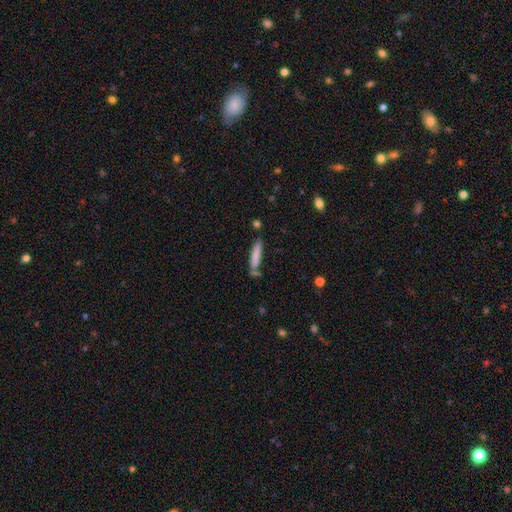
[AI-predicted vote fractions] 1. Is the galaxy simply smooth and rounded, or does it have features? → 78% smooth, 15% featured or disk, 7% star or artifact.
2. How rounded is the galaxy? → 87% cigar-shaped, 11% in between, 1% round.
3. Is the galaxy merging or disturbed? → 68% none, 16% minor disturbance, 12% merger, 4% major disturbance.